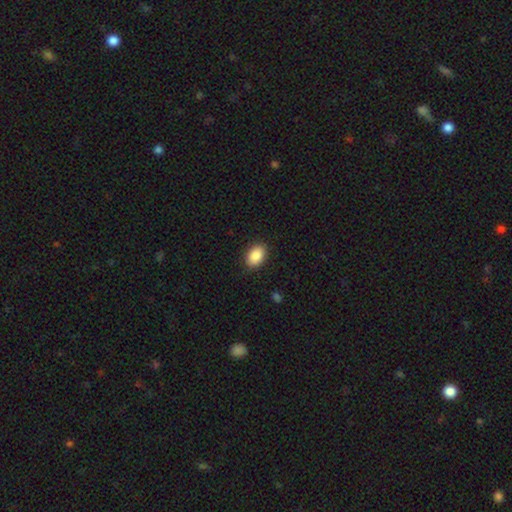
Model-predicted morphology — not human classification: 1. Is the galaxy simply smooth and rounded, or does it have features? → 89% smooth, 7% star or artifact, 4% featured or disk.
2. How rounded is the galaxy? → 86% in between, 13% round, 1% cigar-shaped.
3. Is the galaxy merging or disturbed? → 89% none, 8% minor disturbance, 2% major disturbance, 1% merger.